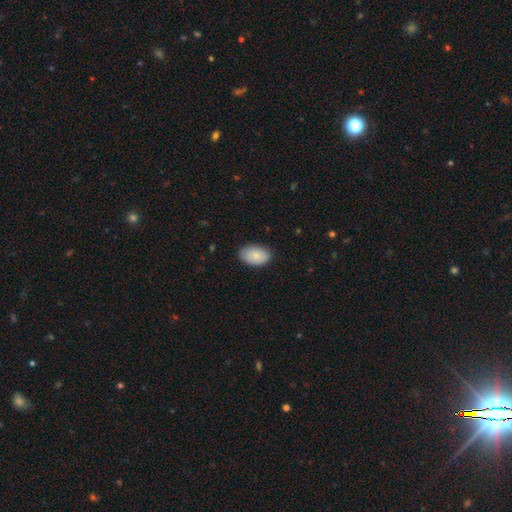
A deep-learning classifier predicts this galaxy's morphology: type=smooth (85%); roundness=in between (91%); merging=none (85%).